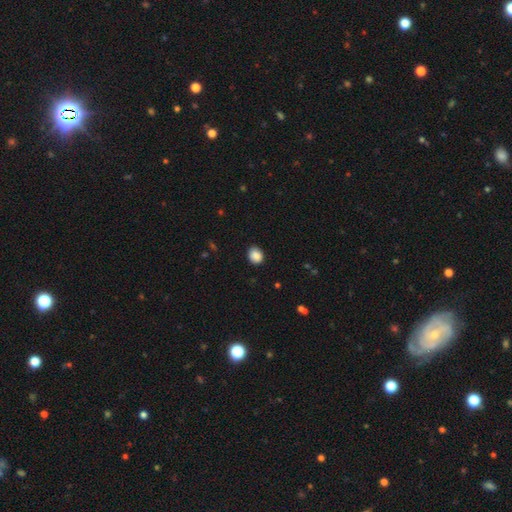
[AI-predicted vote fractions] smooth 88%, star or artifact 8%, featured or disk 3%. Down the decision tree: how rounded — round (61%); merging — none (87%).